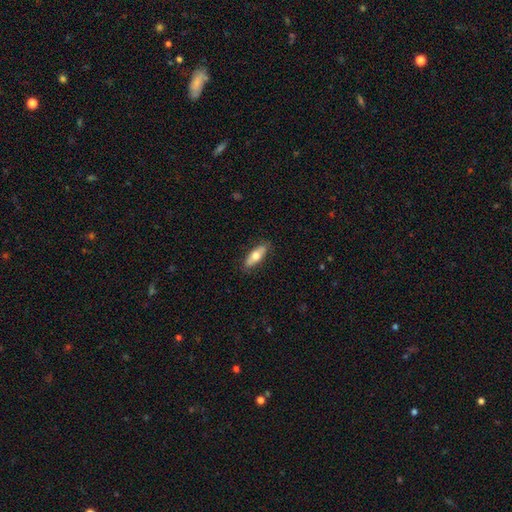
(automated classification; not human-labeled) Smooth or featured: smooth — 66% (featured or disk — 29%)
How rounded: in between — 66% (cigar-shaped — 31%)
Merging: none — 86% (minor disturbance — 11%)